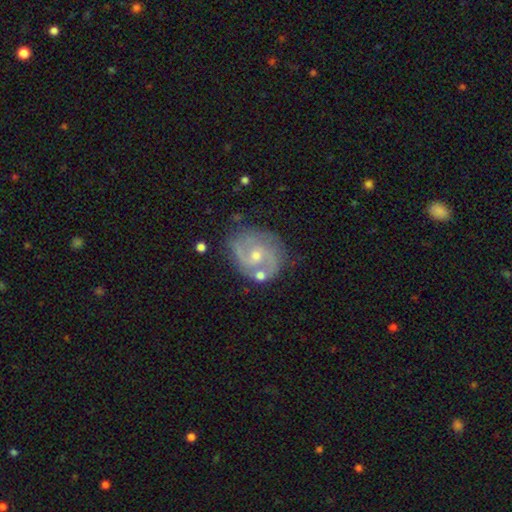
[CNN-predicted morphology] A featured or disk galaxy (84%) with no bar (56%), 2 (74%) medium (50%) spiral arms (95%) and a small central bulge (49%). Merging: none (69%).